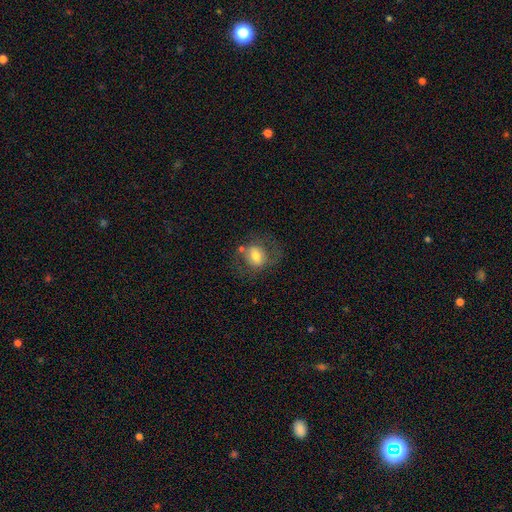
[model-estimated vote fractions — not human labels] smooth-or-featured: smooth: 59% | featured or disk: 32% | star or artifact: 9%
  how-rounded: round: 61% | in between: 38% | cigar-shaped: 1%
  merging: none: 60% | minor disturbance: 19% | major disturbance: 14% | merger: 7%